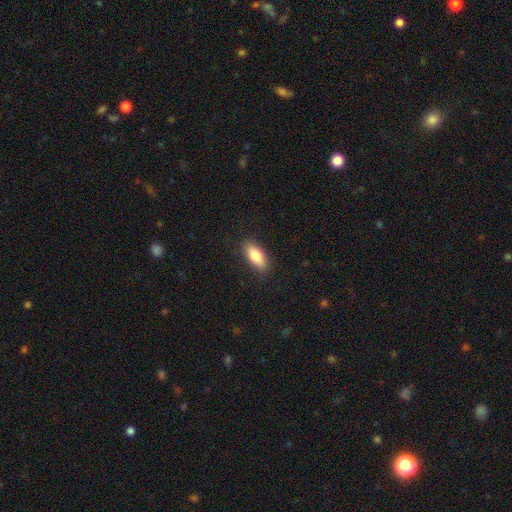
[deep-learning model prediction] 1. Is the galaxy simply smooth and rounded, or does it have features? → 82% smooth, 12% featured or disk, 6% star or artifact.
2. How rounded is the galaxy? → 80% in between, 17% cigar-shaped, 3% round.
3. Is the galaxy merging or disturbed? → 87% none, 9% minor disturbance, 2% major disturbance, 1% merger.